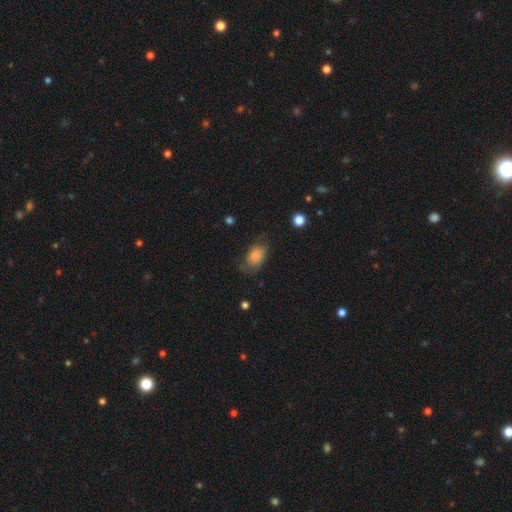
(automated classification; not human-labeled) Overall: smooth (81%). How rounded: in between (81%). Merging: none (56%; minor disturbance 27%).